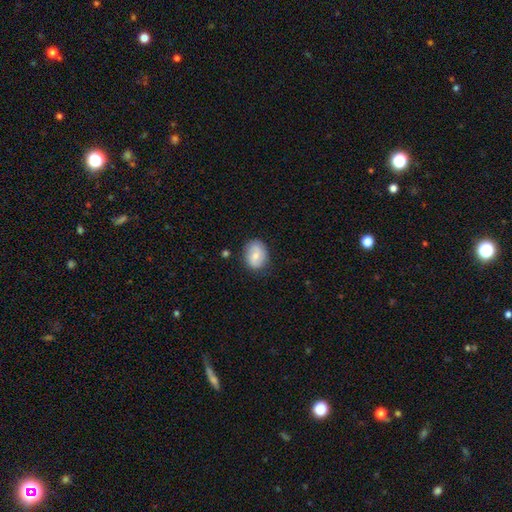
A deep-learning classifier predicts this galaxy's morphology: type=smooth (62%); roundness=in between (63%); merging=none (77%).